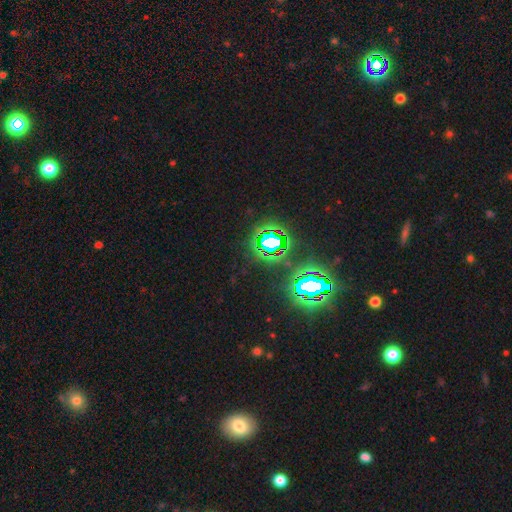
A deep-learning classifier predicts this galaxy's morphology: This appears to be a star or artifact, not a galaxy (80%).